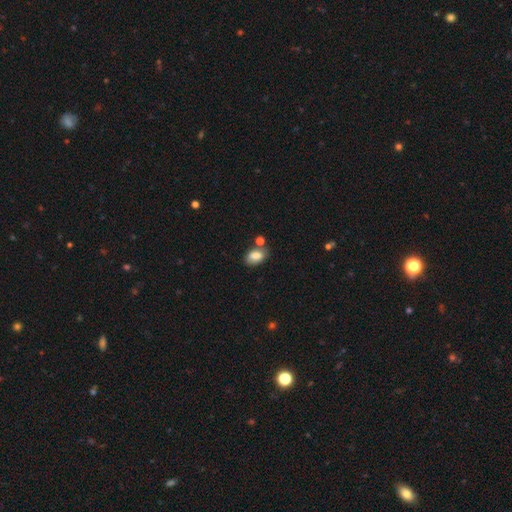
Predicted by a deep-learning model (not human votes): Q: Smooth or featured?
A: smooth (83%); runner-up: featured or disk (9%)
Q: How rounded?
A: in between (89%); runner-up: round (9%)
Q: Merging?
A: none (63%); runner-up: minor disturbance (17%)